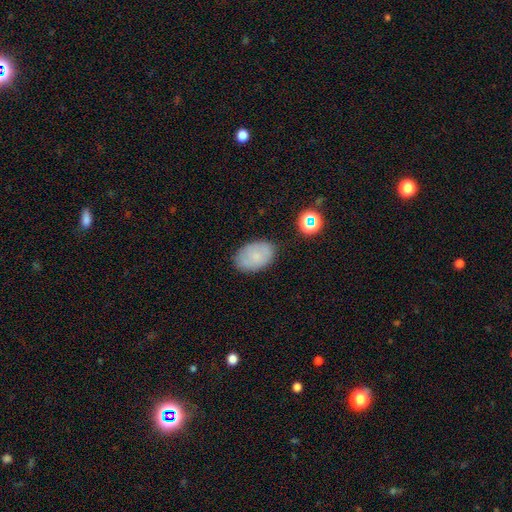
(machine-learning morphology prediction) smooth_or_featured: smooth (p=0.75) [alt: featured or disk p=0.15]
how_rounded: in between (p=0.86) [alt: round p=0.13]
merging: none (p=0.80) [alt: minor disturbance p=0.15]